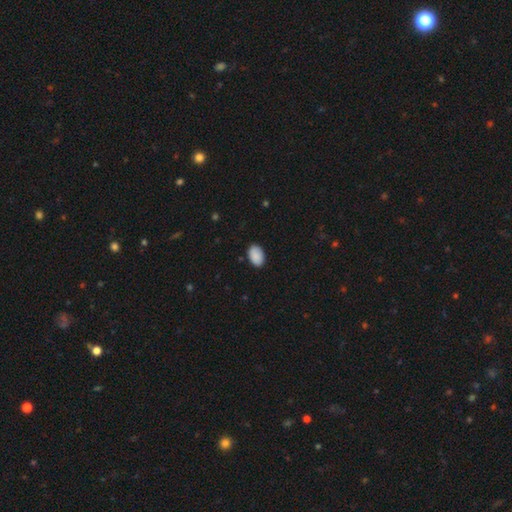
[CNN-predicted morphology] Smooth or featured? Predicted: smooth (p=0.90). How rounded? Predicted: in between (p=0.90). Merging? Predicted: none (p=0.86).